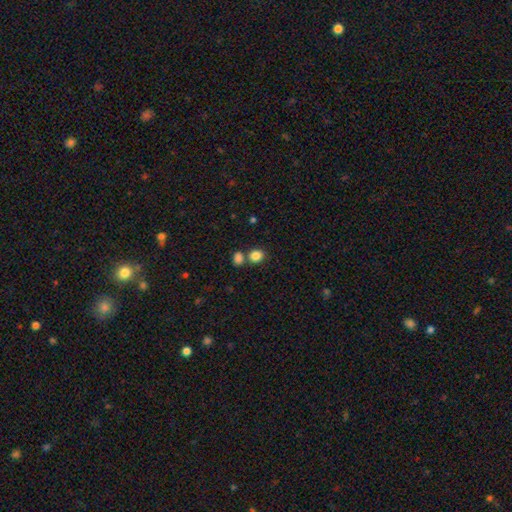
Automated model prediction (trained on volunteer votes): This appears to be a smooth galaxy with no disk features (85%) that is round (70%). Merging: none (61%).